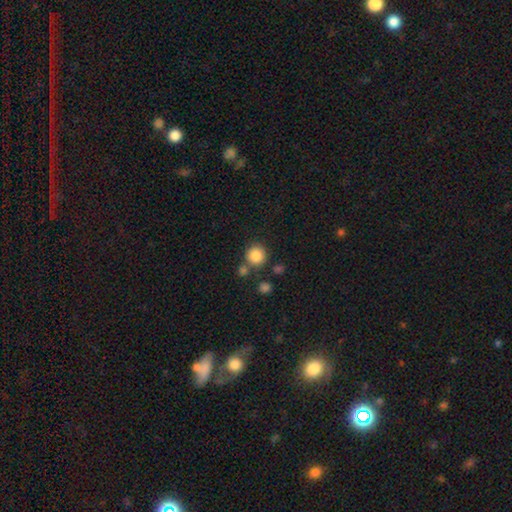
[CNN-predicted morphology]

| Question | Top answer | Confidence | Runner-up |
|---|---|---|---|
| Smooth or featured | smooth | 85% | star or artifact (10%) |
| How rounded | round | 91% | in between (8%) |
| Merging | none | 72% | merger (14%) |